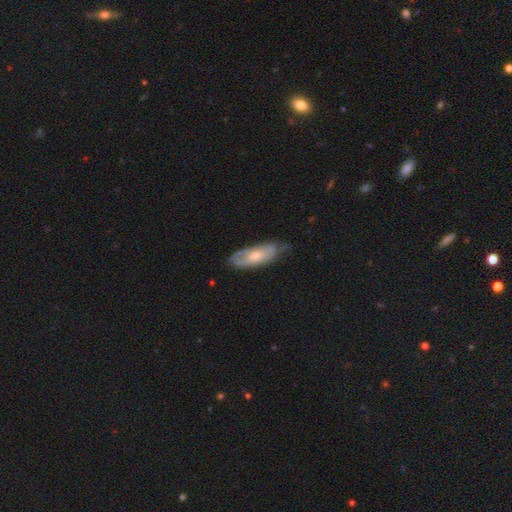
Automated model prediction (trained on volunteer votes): Overall: smooth (51%; featured or disk 43%). How rounded: in between (71%). Merging: none (57%; minor disturbance 31%).